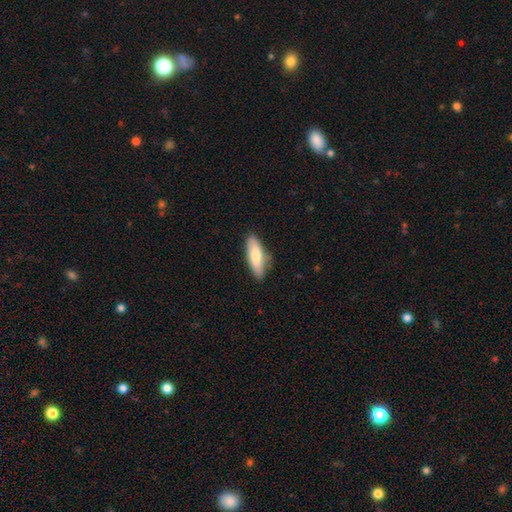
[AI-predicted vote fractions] Overall: smooth (78%). How rounded: in between (59%; cigar-shaped 39%). Merging: none (80%).